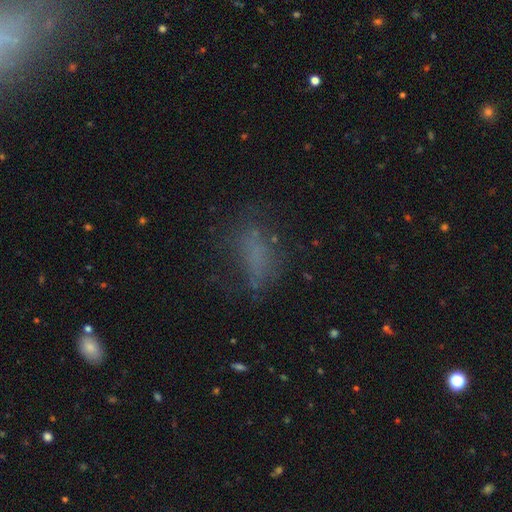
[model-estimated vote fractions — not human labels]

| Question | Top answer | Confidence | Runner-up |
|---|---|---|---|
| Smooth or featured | smooth | 57% | star or artifact (22%) |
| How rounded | in between | 75% | cigar-shaped (18%) |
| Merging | none | 55% | minor disturbance (22%) |